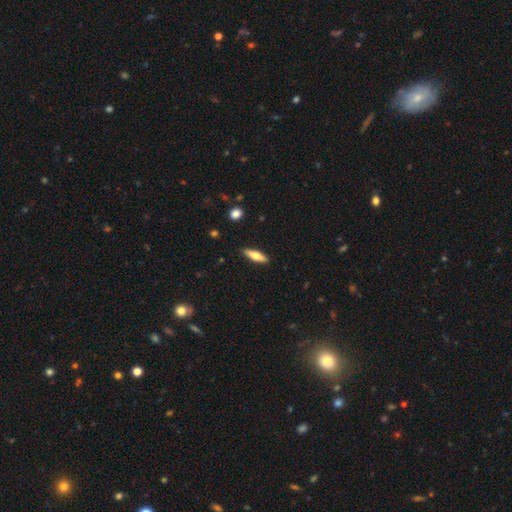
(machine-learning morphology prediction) Smooth or featured?
  - smooth: 62% *
  - featured or disk: 33%
  - star or artifact: 6%
How rounded?
  - cigar-shaped: 68% *
  - in between: 30%
  - round: 2%
Merging?
  - none: 88% *
  - minor disturbance: 9%
  - major disturbance: 2%
  - merger: 1%